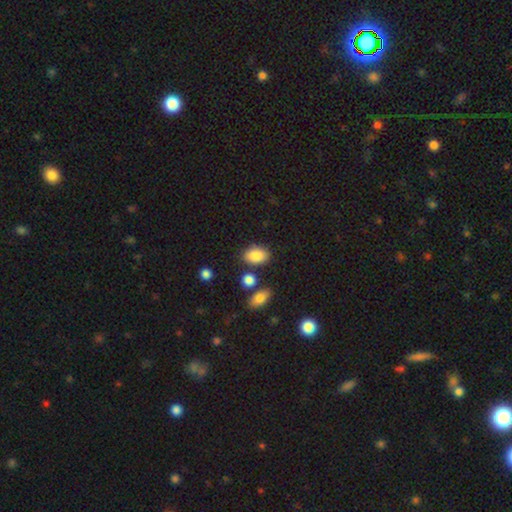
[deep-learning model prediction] smooth_or_featured: smooth (p=0.87) [alt: star or artifact p=0.07]
how_rounded: in between (p=0.87) [alt: round p=0.12]
merging: none (p=0.75) [alt: minor disturbance p=0.13]